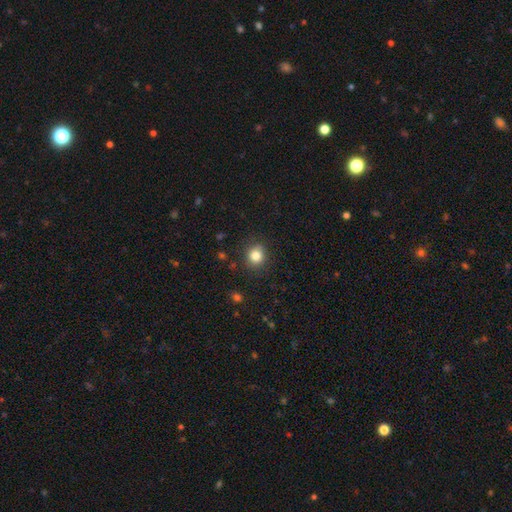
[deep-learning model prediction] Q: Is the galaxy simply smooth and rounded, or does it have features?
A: smooth — 83%.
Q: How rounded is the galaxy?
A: round — 86%.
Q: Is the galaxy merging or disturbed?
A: none — 86%.